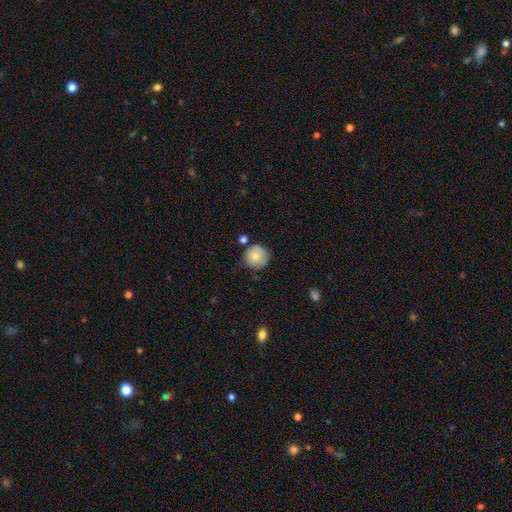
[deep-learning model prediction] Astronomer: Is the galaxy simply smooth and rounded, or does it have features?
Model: smooth — 80%.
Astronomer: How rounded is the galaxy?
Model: round — 94%.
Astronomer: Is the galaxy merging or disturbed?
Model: none — 75%.